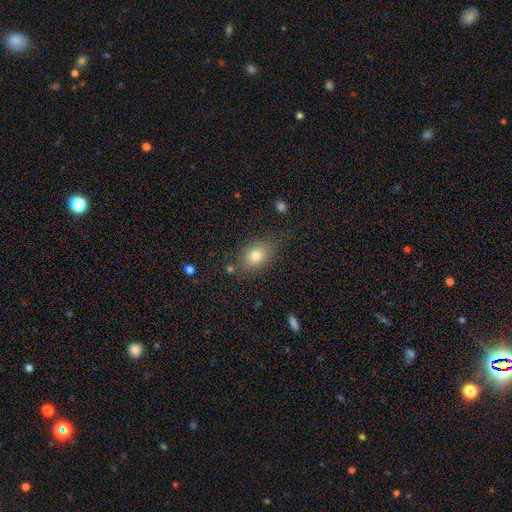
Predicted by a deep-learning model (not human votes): Morphology: type=smooth (78%); roundness=in between (76%); merging=none (76%).